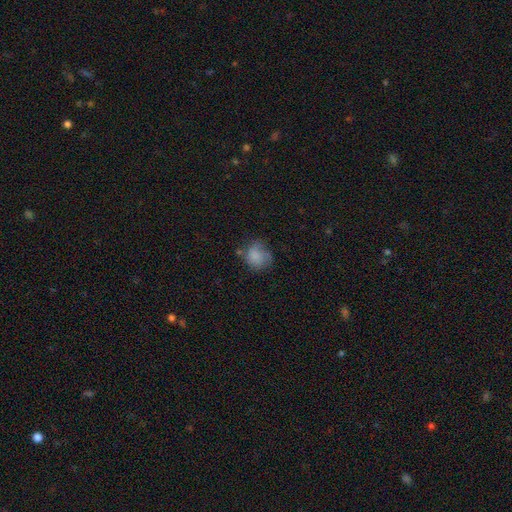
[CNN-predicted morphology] A smooth galaxy with no disk features (76%) that is round (70%).

Vote fractions:
- Smooth or featured? smooth: 76% / featured or disk: 14% / star or artifact: 10%
- How rounded? round: 70% / in between: 29% / cigar-shaped: 1%
- Merging? none: 47% / minor disturbance: 30% / major disturbance: 18% / merger: 5%